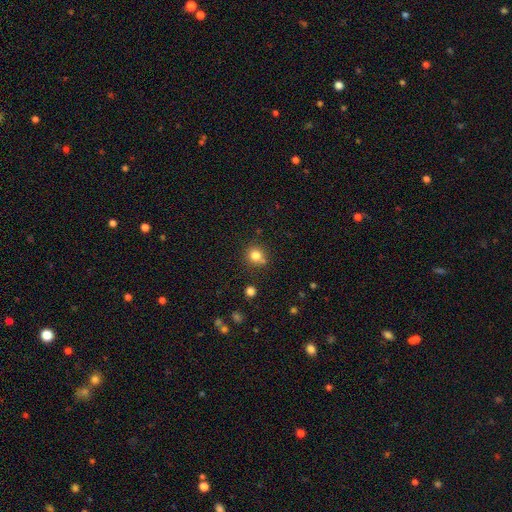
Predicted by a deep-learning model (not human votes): This is clearly a smooth galaxy (81%). How rounded: clearly round (85%). Merging: likely none (72%).